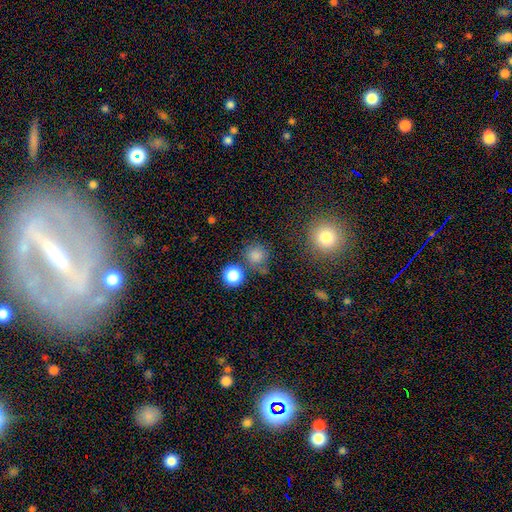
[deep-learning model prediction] Smooth or featured?
  - smooth: 80% *
  - star or artifact: 15%
  - featured or disk: 5%
How rounded?
  - round: 90% *
  - in between: 9%
  - cigar-shaped: 1%
Merging?
  - none: 75% *
  - minor disturbance: 11%
  - merger: 10%
  - major disturbance: 5%